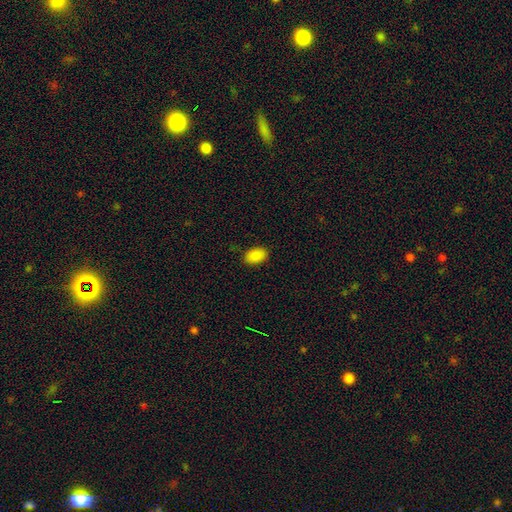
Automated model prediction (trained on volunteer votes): Smooth or featured? Predicted: smooth (p=0.88). How rounded? Predicted: in between (p=0.89). Merging? Predicted: none (p=0.87).